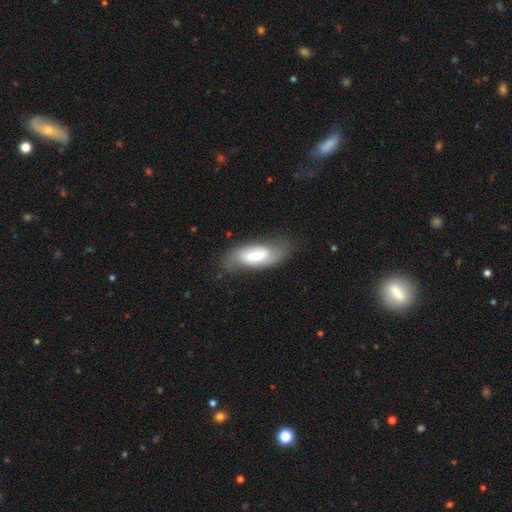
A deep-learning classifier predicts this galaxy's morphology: A smooth galaxy with no disk features (50%).

Vote fractions:
- Smooth or featured? smooth: 50% / featured or disk: 43% / star or artifact: 7%
- Merging? none: 67% / minor disturbance: 22% / major disturbance: 9% / merger: 2%